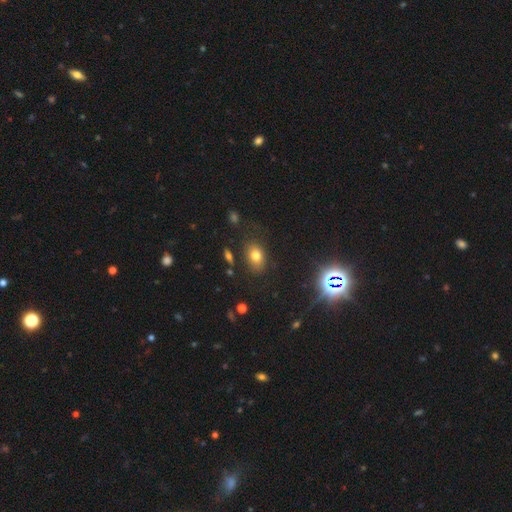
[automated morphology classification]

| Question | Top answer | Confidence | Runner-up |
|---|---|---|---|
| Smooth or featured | smooth | 73% | star or artifact (16%) |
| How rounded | in between | 76% | round (22%) |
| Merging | none | 78% | minor disturbance (14%) |